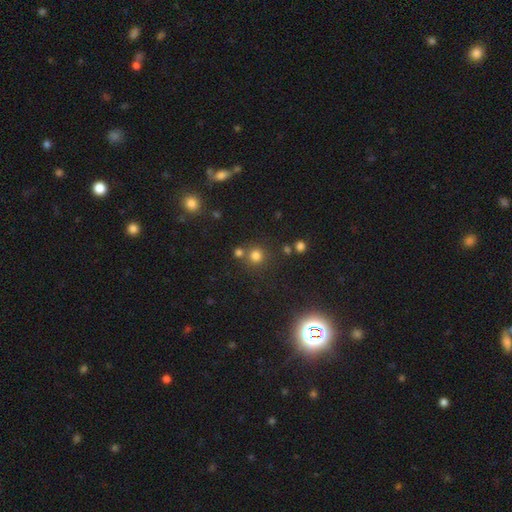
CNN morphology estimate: Smooth or featured: smooth — 75% (star or artifact — 18%)
How rounded: round — 92% (in between — 7%)
Merging: none — 72% (merger — 17%)